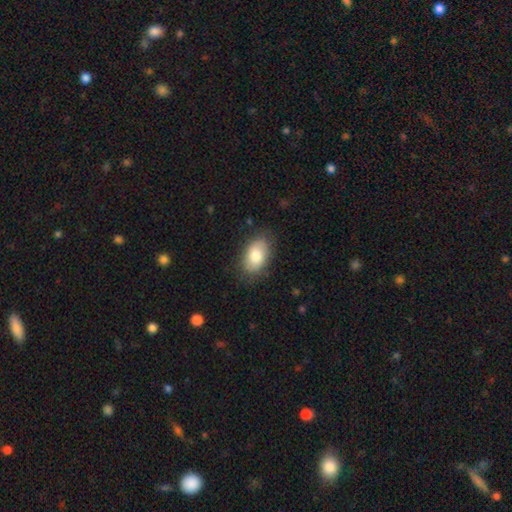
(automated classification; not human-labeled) Smooth or featured?
  - smooth: 79% *
  - featured or disk: 15%
  - star or artifact: 6%
How rounded?
  - in between: 91% *
  - round: 7%
  - cigar-shaped: 1%
Merging?
  - none: 81% *
  - minor disturbance: 14%
  - major disturbance: 4%
  - merger: 1%